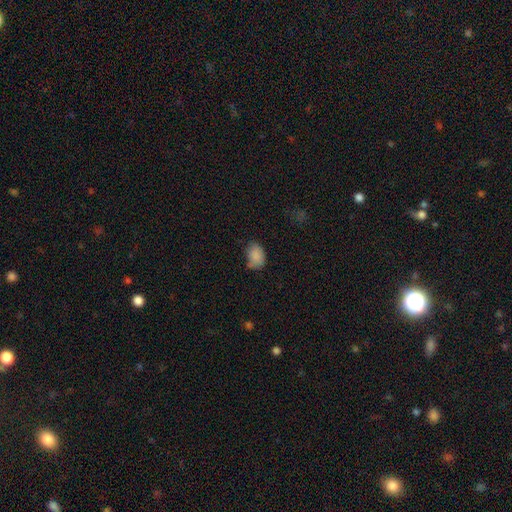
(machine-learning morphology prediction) type=smooth (85%); roundness=in between (76%); merging=none (55%).